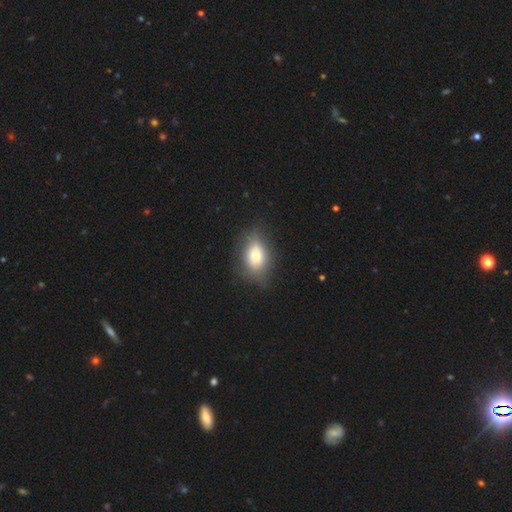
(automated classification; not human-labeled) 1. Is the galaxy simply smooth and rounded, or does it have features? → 73% smooth, 18% featured or disk, 9% star or artifact.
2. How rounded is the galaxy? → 78% in between, 19% round, 3% cigar-shaped.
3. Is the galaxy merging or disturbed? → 70% none, 22% minor disturbance, 6% major disturbance, 1% merger.